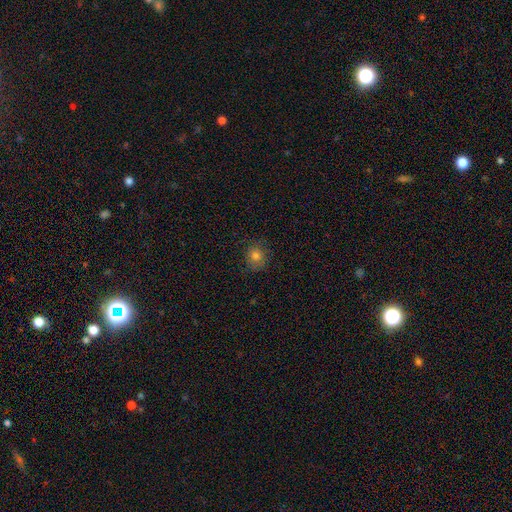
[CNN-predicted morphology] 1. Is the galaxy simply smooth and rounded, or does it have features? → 79% smooth, 13% star or artifact, 8% featured or disk.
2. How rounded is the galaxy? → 81% round, 18% in between, 1% cigar-shaped.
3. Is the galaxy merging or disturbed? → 82% none, 14% minor disturbance, 3% major disturbance, 1% merger.